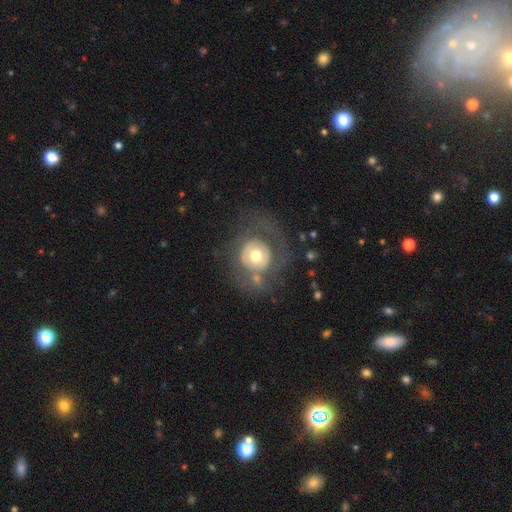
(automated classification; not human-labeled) A featured or disk galaxy (53%) with no bar (85%), no spiral arms (69%) and a moderate central bulge (69%).

Vote fractions:
- Smooth or featured? featured or disk: 53% / smooth: 41% / star or artifact: 7%
- Edge-on disk? no: 96% / yes: 4%
- Bar? no: 85% / weak: 12% / strong: 4%
- Spiral arms? no: 69% / yes: 31%
- Bulge size? moderate: 69% / large: 18% / small: 9% / dominant: 2% / none: 1%
- Merging? none: 55% / major disturbance: 23% / minor disturbance: 17% / merger: 6%